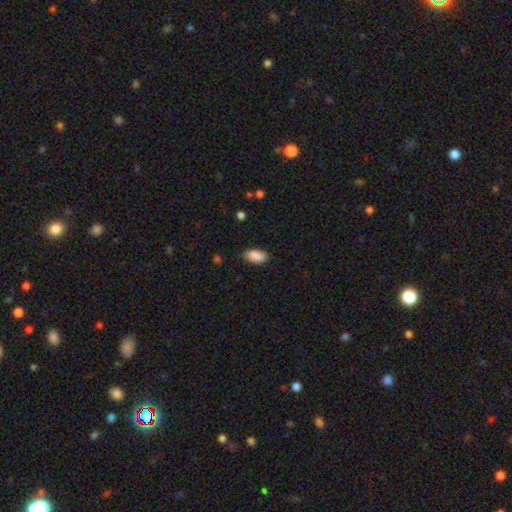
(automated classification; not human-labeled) smooth 89%, star or artifact 7%, featured or disk 4%. Down the decision tree: how rounded — in between (93%); merging — none (87%).